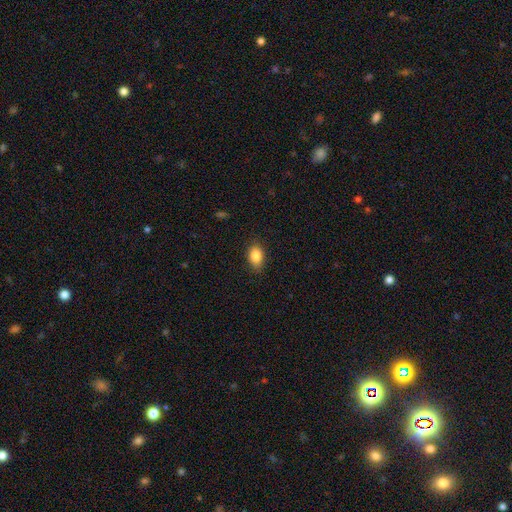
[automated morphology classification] A smooth galaxy with no disk features (86%) that is in between round and cigar-shaped (84%).

Vote fractions:
- Smooth or featured? smooth: 86% / star or artifact: 8% / featured or disk: 6%
- How rounded? in between: 84% / round: 14% / cigar-shaped: 2%
- Merging? none: 80% / minor disturbance: 16% / major disturbance: 3% / merger: 1%